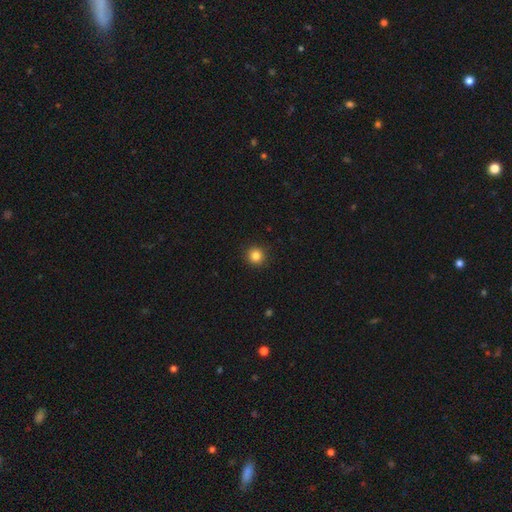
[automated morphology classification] smooth 84%, star or artifact 11%, featured or disk 4%. Down the decision tree: how rounded — round (95%); merging — none (93%).